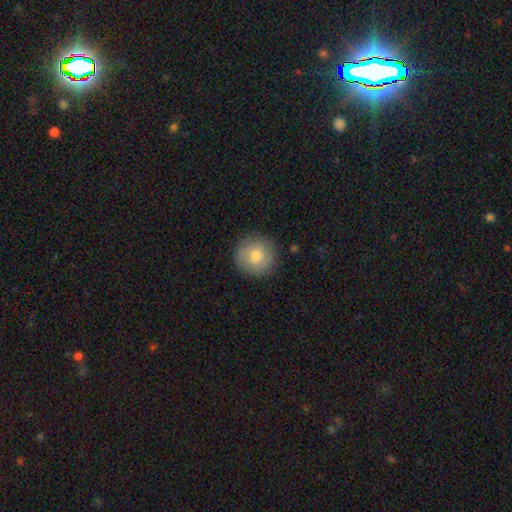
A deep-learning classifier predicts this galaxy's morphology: type=smooth (75%); roundness=round (94%); merging=none (87%).